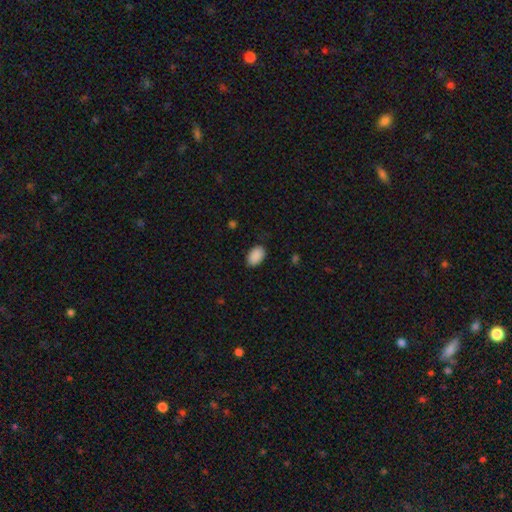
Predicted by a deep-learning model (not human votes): smooth 91%, star or artifact 7%, featured or disk 2%. Down the decision tree: how rounded — in between (90%); merging — none (86%).